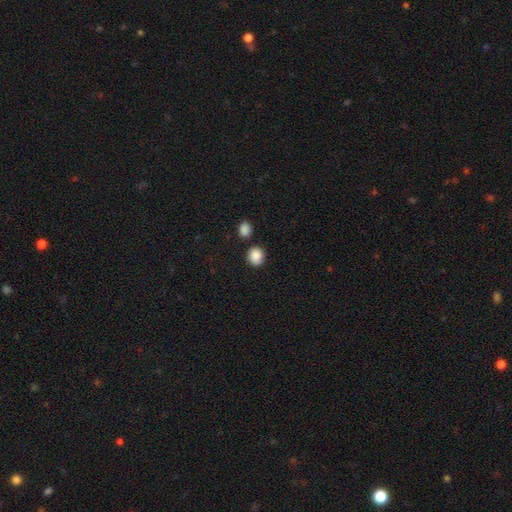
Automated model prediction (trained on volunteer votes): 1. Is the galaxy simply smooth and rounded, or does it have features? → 88% smooth, 8% star or artifact, 4% featured or disk.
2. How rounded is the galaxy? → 80% round, 19% in between, 1% cigar-shaped.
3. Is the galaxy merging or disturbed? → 79% none, 11% minor disturbance, 8% merger, 3% major disturbance.